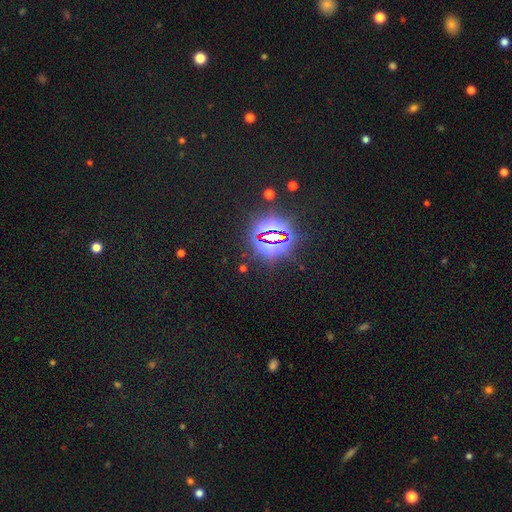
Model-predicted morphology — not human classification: Smooth or featured?
  - star or artifact: 81% *
  - smooth: 12%
  - featured or disk: 7%